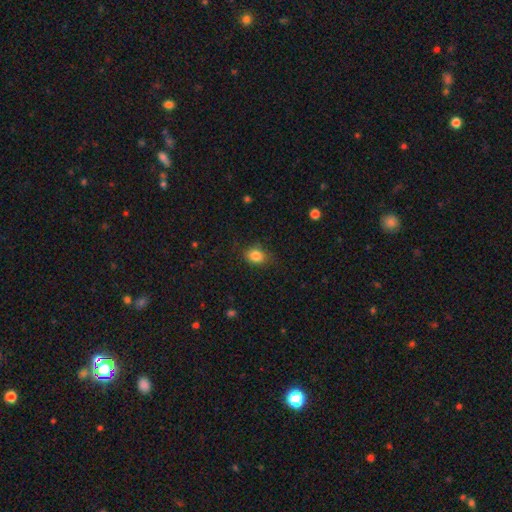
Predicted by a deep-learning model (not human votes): Smooth or featured? Predicted: smooth (p=0.84). How rounded? Predicted: in between (p=0.64). Merging? Predicted: none (p=0.78).